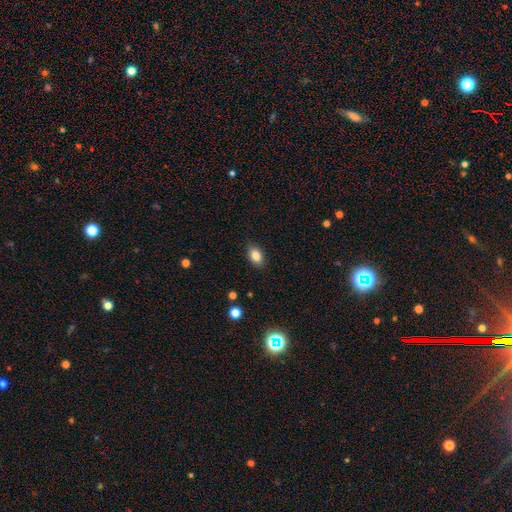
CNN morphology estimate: Smooth or featured?
  - smooth: 84% *
  - star or artifact: 9%
  - featured or disk: 7%
How rounded?
  - in between: 85% *
  - round: 13%
  - cigar-shaped: 2%
Merging?
  - none: 85% *
  - minor disturbance: 11%
  - major disturbance: 2%
  - merger: 1%